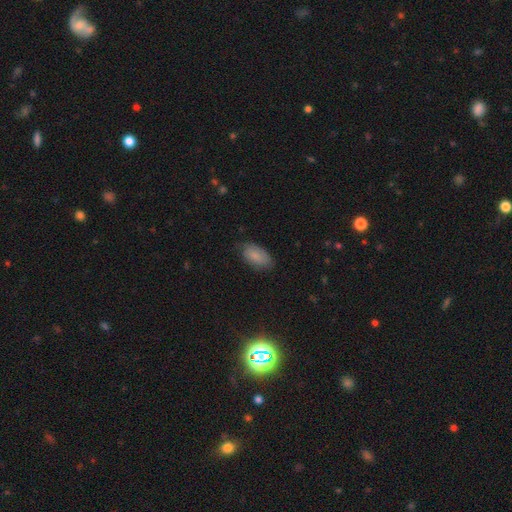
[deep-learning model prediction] smooth 81%, featured or disk 12%, star or artifact 7%. Down the decision tree: how rounded — in between (93%); merging — none (71%).